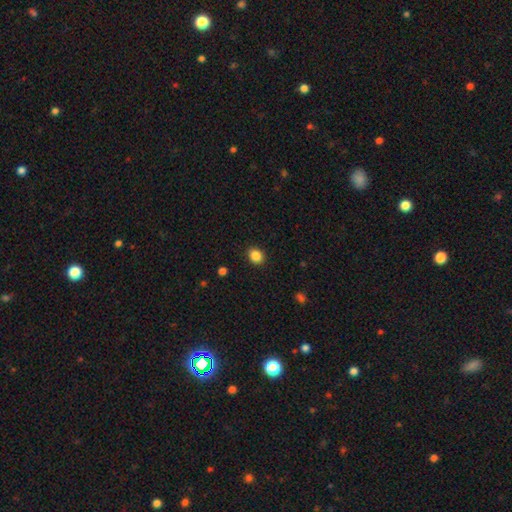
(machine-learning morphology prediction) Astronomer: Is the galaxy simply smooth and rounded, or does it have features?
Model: smooth — 86%.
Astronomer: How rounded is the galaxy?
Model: round — 55% (runner-up: in between, 44%).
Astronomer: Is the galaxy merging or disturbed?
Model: none — 90%.